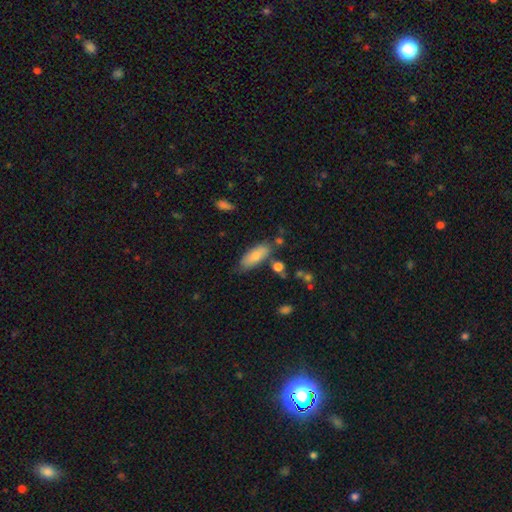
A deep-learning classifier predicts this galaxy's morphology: This appears to be a smooth galaxy with no disk features (80%) that is in between round and cigar-shaped (74%). Merging: none (69%).